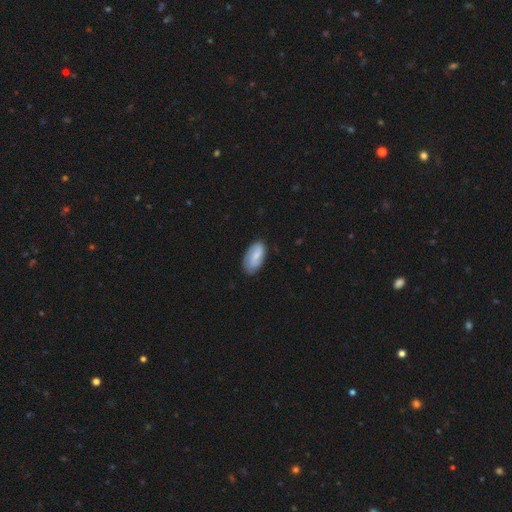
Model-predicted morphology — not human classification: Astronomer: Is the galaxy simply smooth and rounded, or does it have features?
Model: smooth — 55% (runner-up: featured or disk, 38%).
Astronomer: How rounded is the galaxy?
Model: in between — 93%.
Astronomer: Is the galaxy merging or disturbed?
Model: none — 78%.